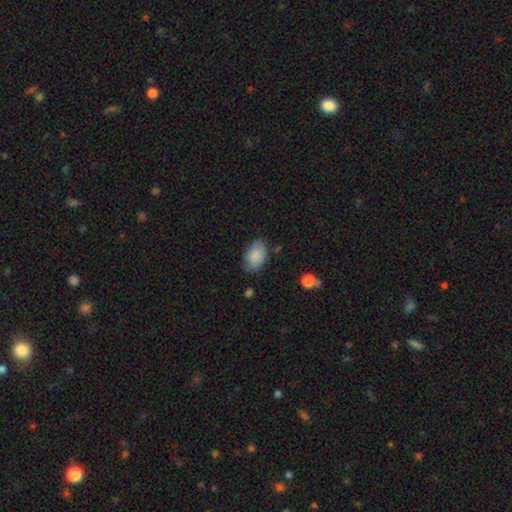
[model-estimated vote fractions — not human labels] Overall: smooth (86%). How rounded: in between (91%). Merging: none (77%).